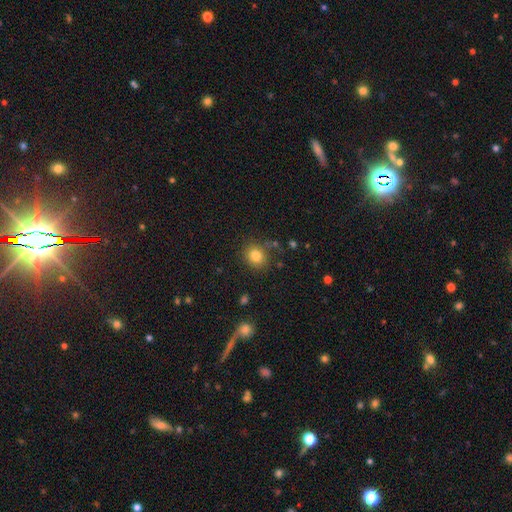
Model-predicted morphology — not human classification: This appears to be a smooth galaxy with no disk features (81%) that is round (77%). Merging: none (81%).